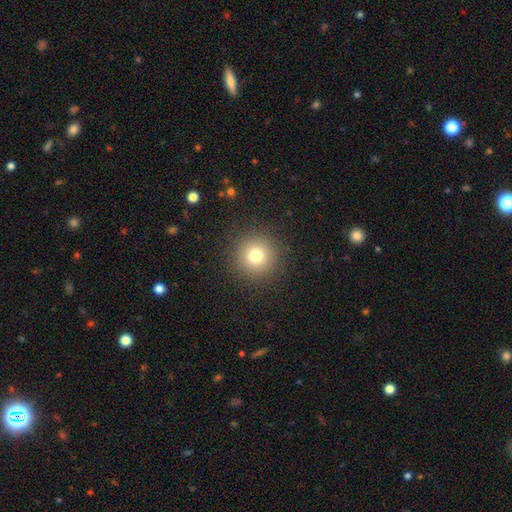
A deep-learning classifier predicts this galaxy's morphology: type=smooth (78%); roundness=round (96%); merging=none (91%).